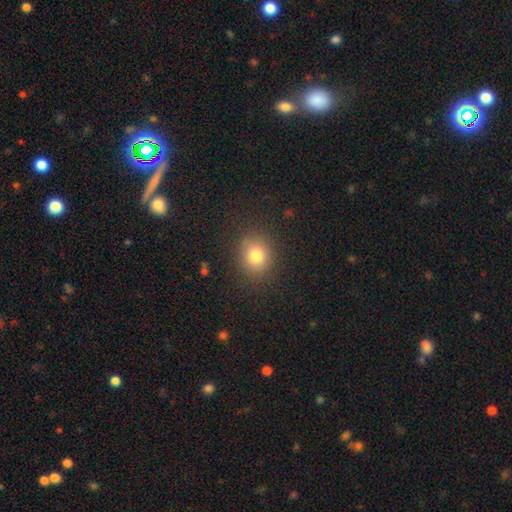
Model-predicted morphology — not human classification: This appears to be a smooth galaxy with no disk features (80%) that is round (72%). Merging: none (86%).